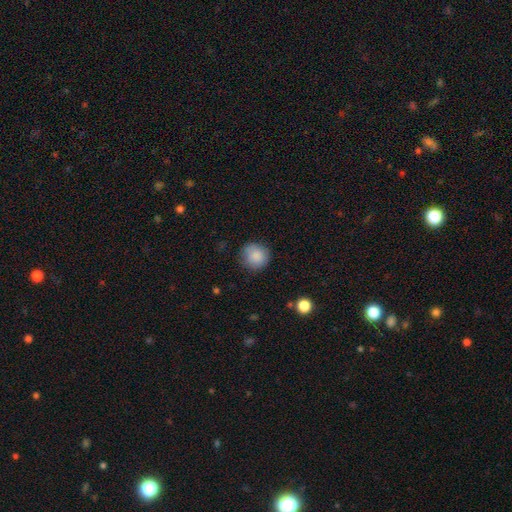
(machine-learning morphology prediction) smooth_or_featured: smooth (p=0.87) [alt: star or artifact p=0.08]
how_rounded: round (p=0.92) [alt: in between p=0.08]
merging: none (p=0.84) [alt: minor disturbance p=0.12]